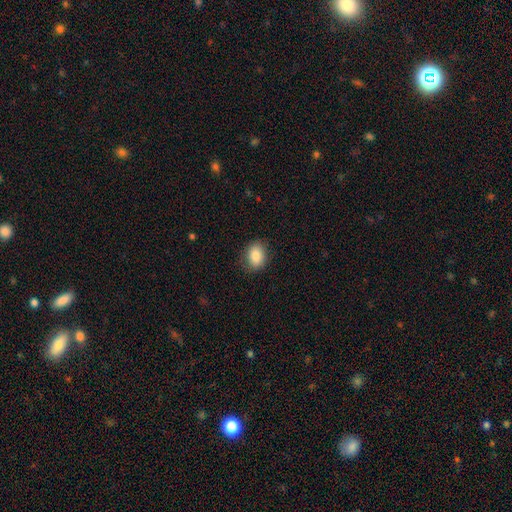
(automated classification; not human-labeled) This appears to be a smooth galaxy with no disk features (84%) that is in between round and cigar-shaped (63%). Merging: none (84%).